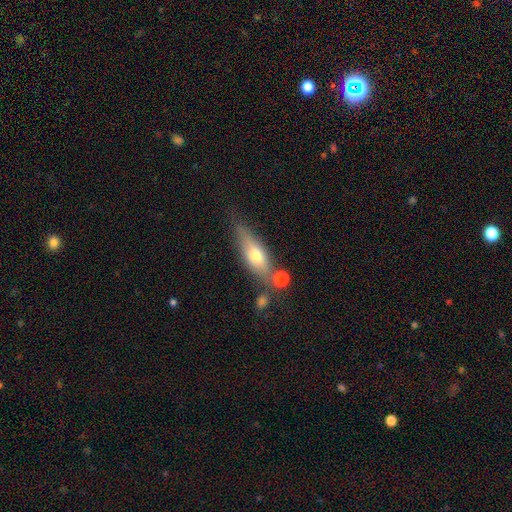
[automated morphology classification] Smooth or featured: smooth — 49% (featured or disk — 43%)
Merging: none — 65% (minor disturbance — 18%)